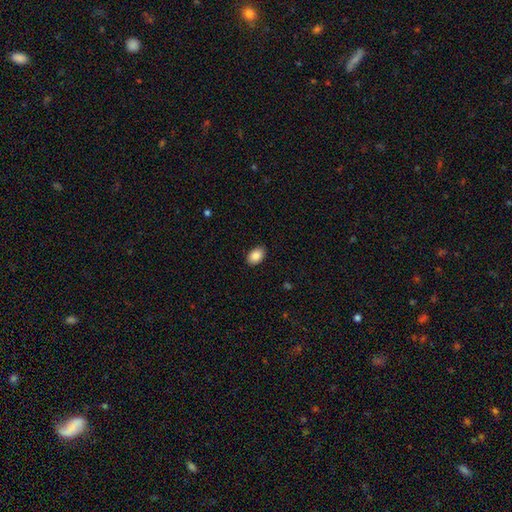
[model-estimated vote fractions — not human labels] This appears to be a smooth galaxy with no disk features (88%) that is in between round and cigar-shaped (86%). Merging: none (88%).